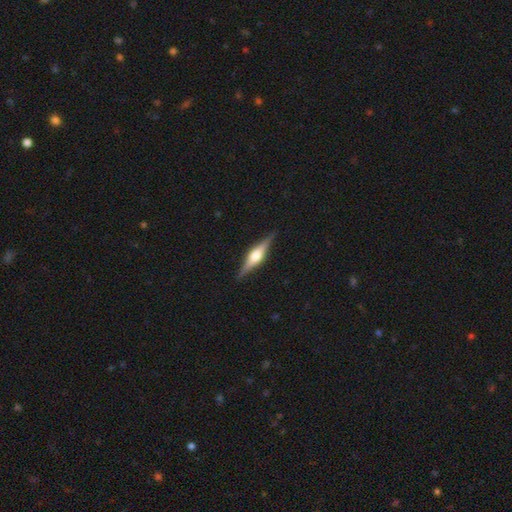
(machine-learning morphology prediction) Smooth or featured?
  - featured or disk: 76% *
  - smooth: 19%
  - star or artifact: 6%
Edge-on disk?
  - yes: 98% *
  - no: 2%
Edge-on bulge?
  - rounded: 88% *
  - boxy: 9%
  - none: 2%
Merging?
  - none: 89% *
  - minor disturbance: 8%
  - major disturbance: 2%
  - merger: 1%